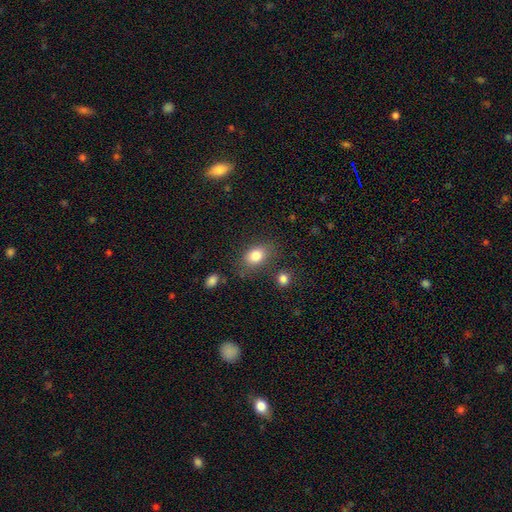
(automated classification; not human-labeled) Overall: smooth (82%). How rounded: in between (72%). Merging: none (72%).